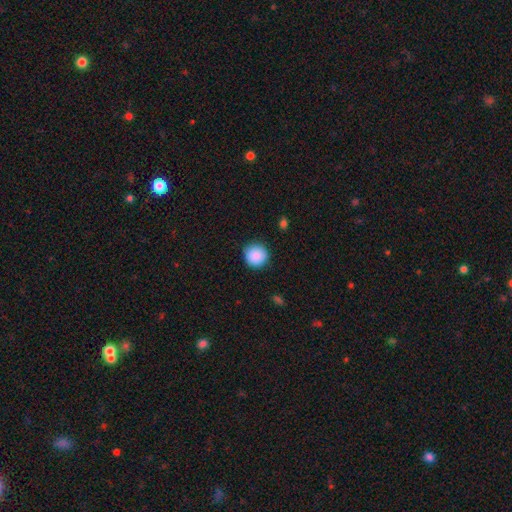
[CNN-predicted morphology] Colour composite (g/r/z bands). It shows a smooth galaxy with no disk features (89%) that is round (95%). Merging: none (90%).